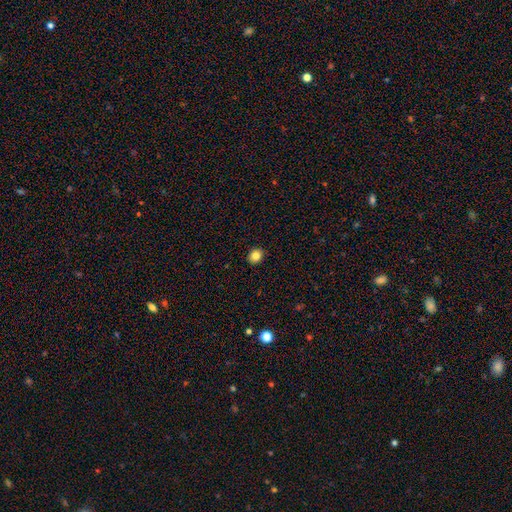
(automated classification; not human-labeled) Smooth or featured?
  - smooth: 83% *
  - star or artifact: 11%
  - featured or disk: 6%
How rounded?
  - round: 73% *
  - in between: 26%
  - cigar-shaped: 1%
Merging?
  - none: 91% *
  - minor disturbance: 7%
  - major disturbance: 2%
  - merger: 1%